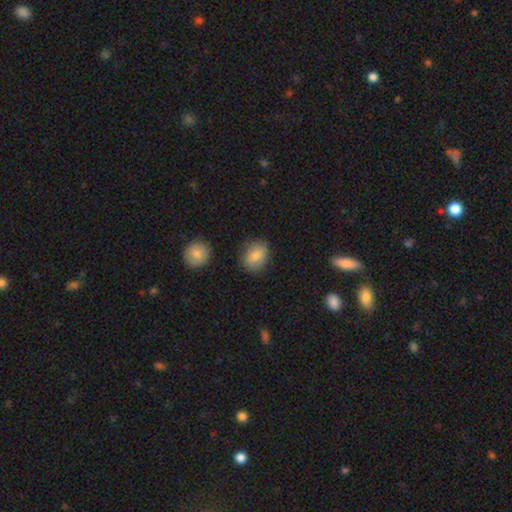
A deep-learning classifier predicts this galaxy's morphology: smooth-or-featured: smooth: 81% | featured or disk: 11% | star or artifact: 7%
  how-rounded: in between: 62% | round: 37% | cigar-shaped: 1%
  merging: none: 80% | minor disturbance: 14% | major disturbance: 3% | merger: 2%